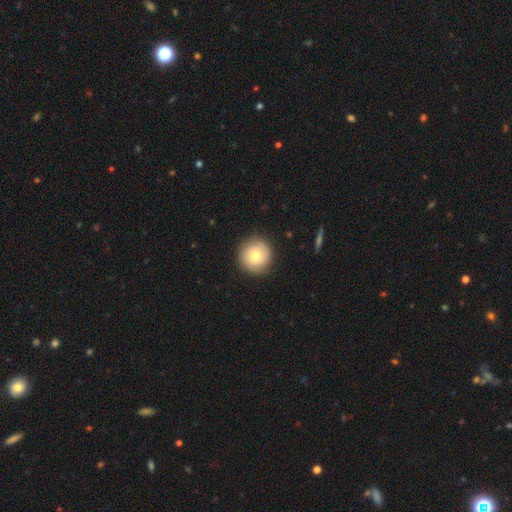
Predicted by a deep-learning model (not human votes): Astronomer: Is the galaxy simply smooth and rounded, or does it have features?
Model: smooth — 74%.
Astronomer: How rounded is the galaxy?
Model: round — 95%.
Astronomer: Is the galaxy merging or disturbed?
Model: none — 89%.